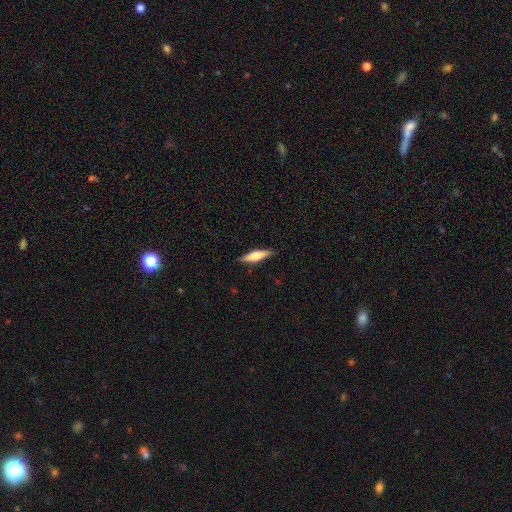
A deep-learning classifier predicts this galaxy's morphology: Q: Smooth or featured?
A: smooth (60%); runner-up: featured or disk (34%)
Q: How rounded?
A: cigar-shaped (68%); runner-up: in between (30%)
Q: Merging?
A: none (86%); runner-up: minor disturbance (10%)